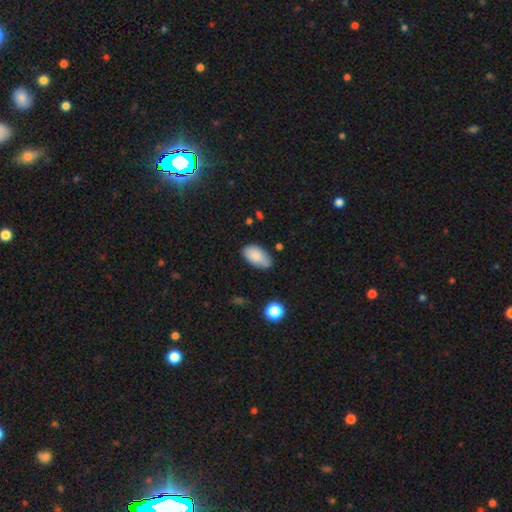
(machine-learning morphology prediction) Q: Smooth or featured?
A: smooth (83%); runner-up: featured or disk (10%)
Q: How rounded?
A: in between (95%); runner-up: round (3%)
Q: Merging?
A: none (71%); runner-up: minor disturbance (22%)